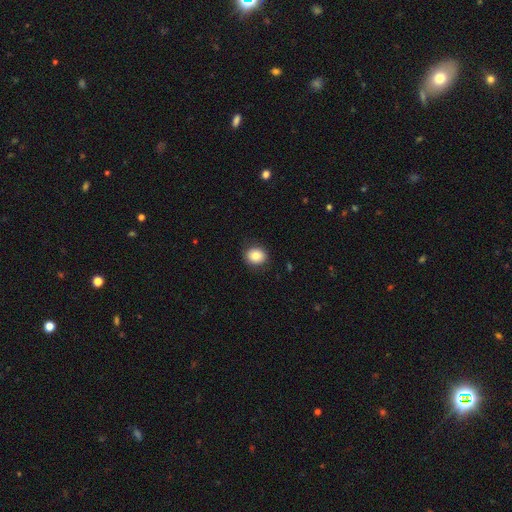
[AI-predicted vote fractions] Smooth or featured? smooth (82%)
How rounded? round (75%)
Merging? none (87%)